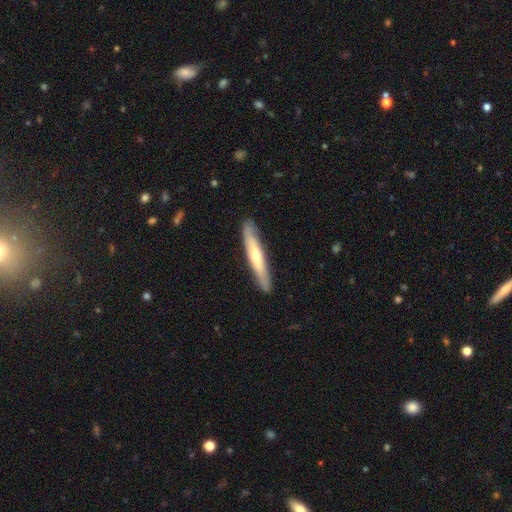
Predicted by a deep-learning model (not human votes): smooth_or_featured: featured or disk (p=0.50) [alt: smooth p=0.45]
merging: none (p=0.88) [alt: minor disturbance p=0.09]